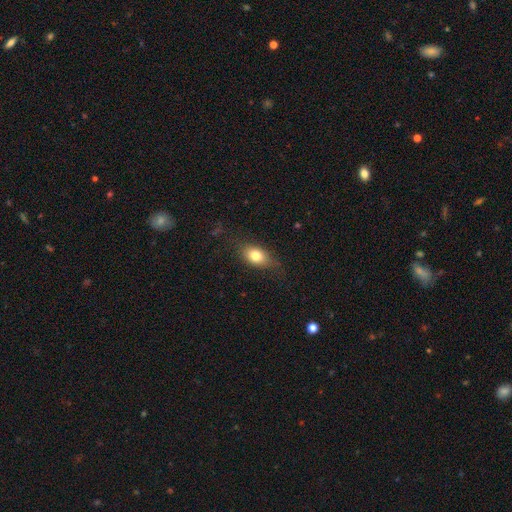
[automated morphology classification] Q: Smooth or featured?
A: smooth (77%); runner-up: featured or disk (14%)
Q: How rounded?
A: in between (77%); runner-up: round (18%)
Q: Merging?
A: none (72%); runner-up: minor disturbance (19%)